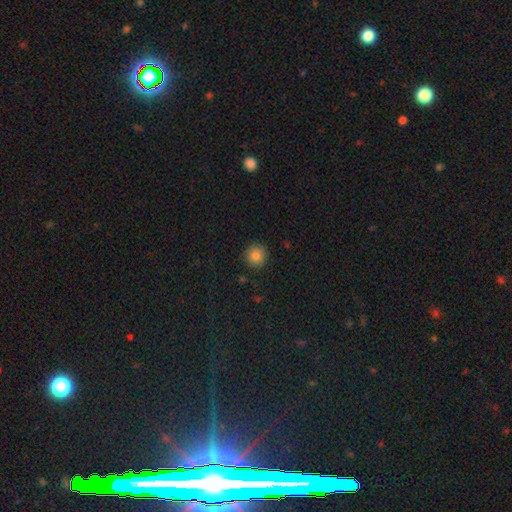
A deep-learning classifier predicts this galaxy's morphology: smooth-or-featured: smooth: 85% | star or artifact: 10% | featured or disk: 5%
  how-rounded: round: 93% | in between: 6% | cigar-shaped: 1%
  merging: none: 90% | minor disturbance: 7% | major disturbance: 2% | merger: 1%